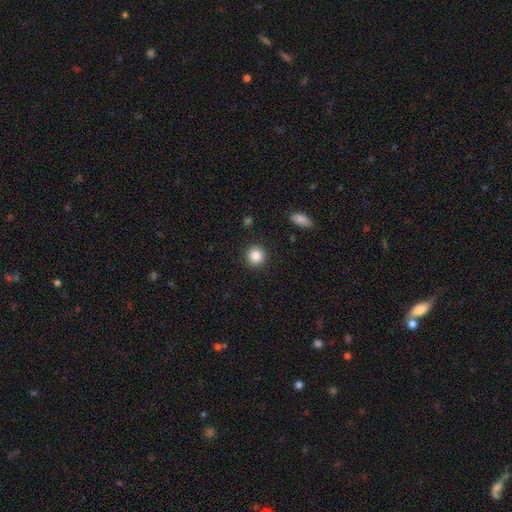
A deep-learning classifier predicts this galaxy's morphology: This is clearly a smooth galaxy (86%). How rounded: clearly round (93%). Merging: clearly none (92%).